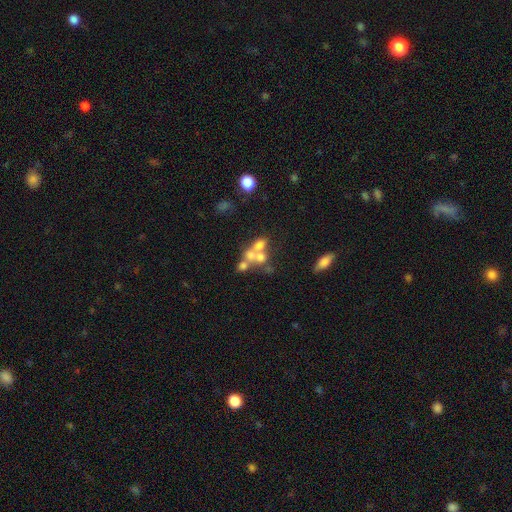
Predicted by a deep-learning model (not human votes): A smooth galaxy with no disk features (48%). Merging: merger (57%).